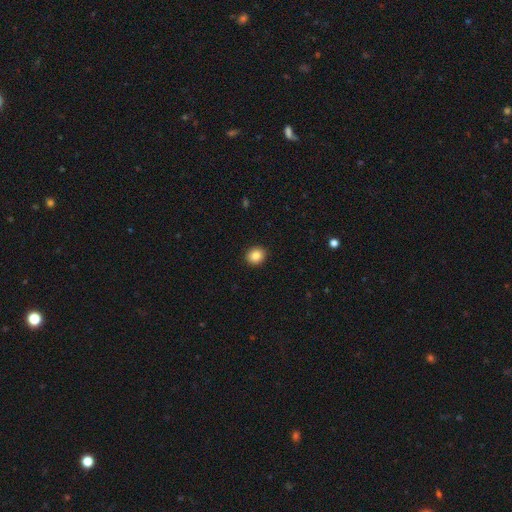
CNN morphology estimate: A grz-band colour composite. It shows a smooth galaxy with no disk features (86%) that is round (69%). Merging: none (92%).